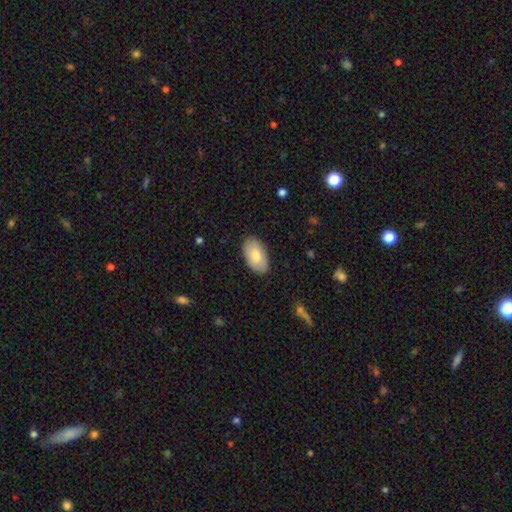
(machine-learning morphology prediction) Smooth or featured? smooth (78%)
How rounded? in between (95%)
Merging? none (85%)